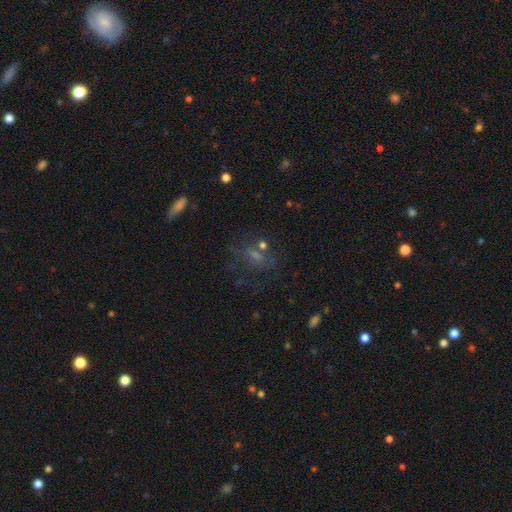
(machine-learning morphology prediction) This is marginally a smooth galaxy (39%). Merging: possibly none (55%).